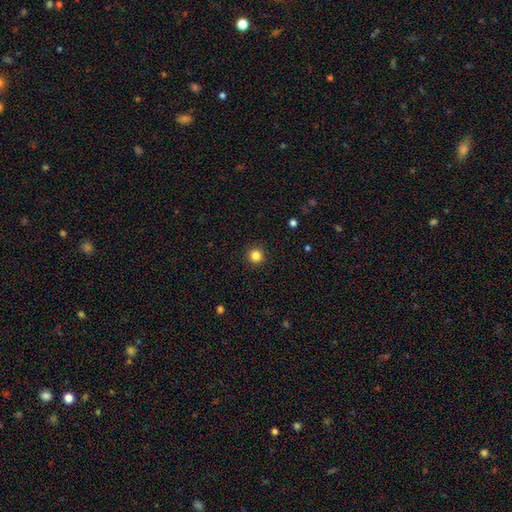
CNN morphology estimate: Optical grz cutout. It shows a smooth galaxy with no disk features (84%) that is round (95%). Merging: none (92%).